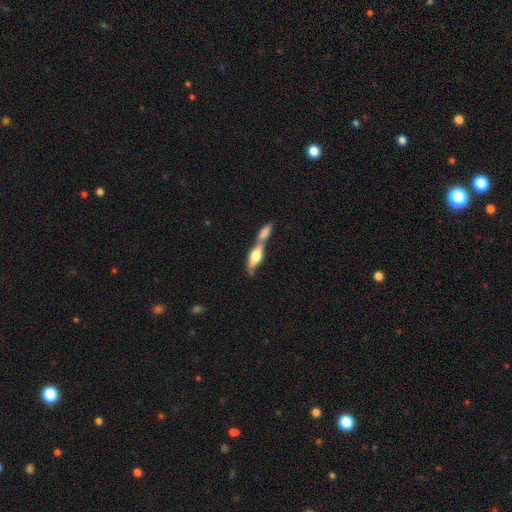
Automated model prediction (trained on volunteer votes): smooth_or_featured: smooth (p=0.52) [alt: featured or disk p=0.41]
how_rounded: in between (p=0.57) [alt: cigar-shaped p=0.39]
merging: merger (p=0.63) [alt: none p=0.25]